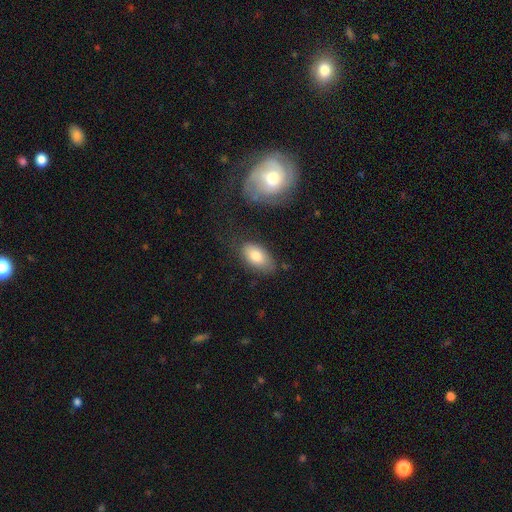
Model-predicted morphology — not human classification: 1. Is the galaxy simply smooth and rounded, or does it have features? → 80% smooth, 13% featured or disk, 7% star or artifact.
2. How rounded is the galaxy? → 93% in between, 4% round, 3% cigar-shaped.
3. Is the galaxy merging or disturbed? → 72% none, 19% minor disturbance, 5% major disturbance, 4% merger.